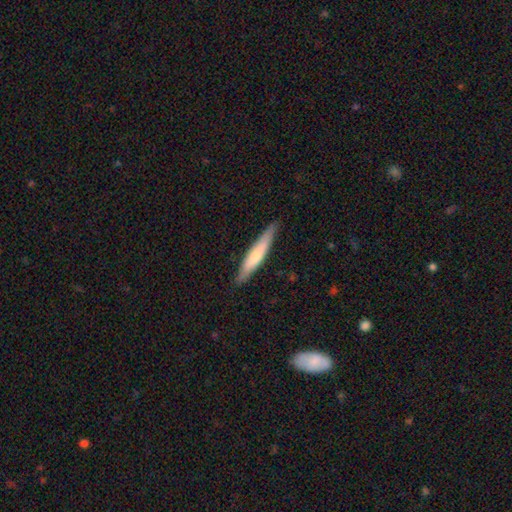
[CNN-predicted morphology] This is likely a smooth galaxy (61%). How rounded: clearly cigar-shaped (91%). Merging: clearly none (88%).